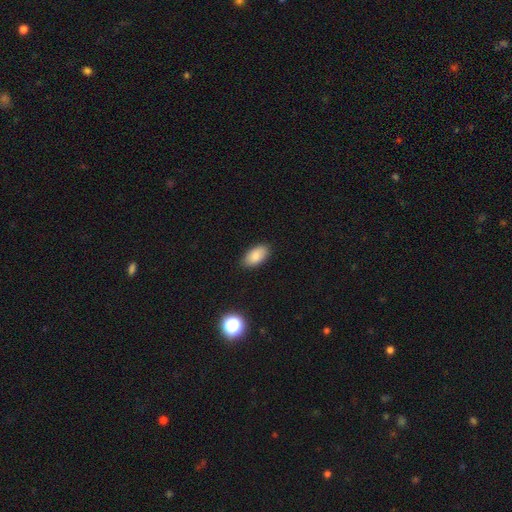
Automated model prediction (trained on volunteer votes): A smooth galaxy with no disk features (86%) that is in between round and cigar-shaped (94%). Merging: none (87%).